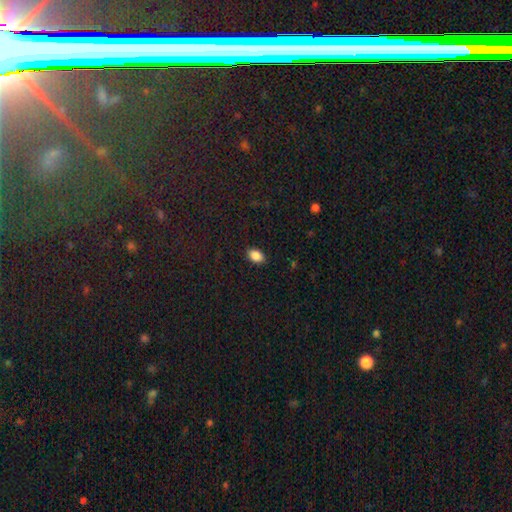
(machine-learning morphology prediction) smooth 87%, star or artifact 9%, featured or disk 4%. Down the decision tree: how rounded — in between (87%); merging — none (87%).